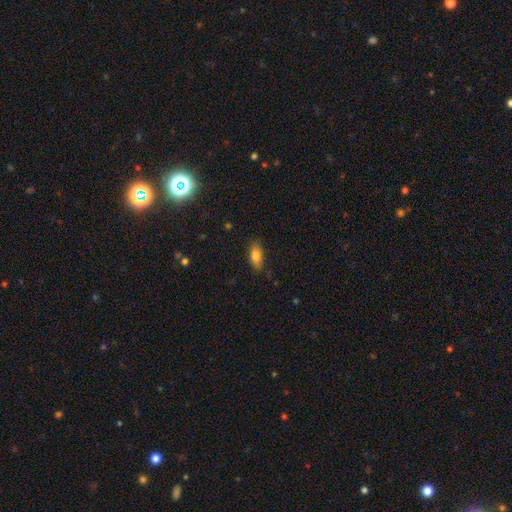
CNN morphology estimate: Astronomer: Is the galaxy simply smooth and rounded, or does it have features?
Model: smooth — 82%.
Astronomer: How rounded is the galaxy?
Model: in between — 85%.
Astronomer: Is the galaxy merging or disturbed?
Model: none — 80%.